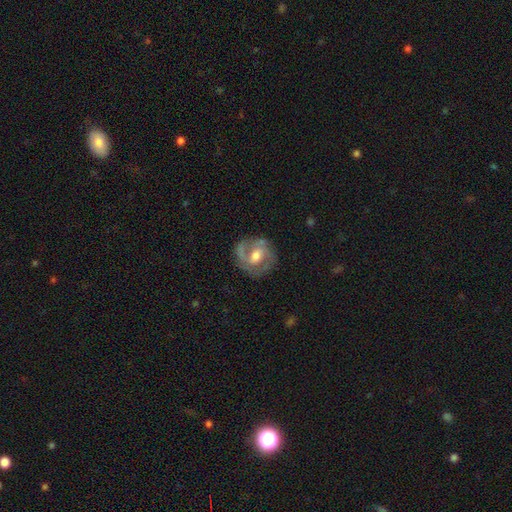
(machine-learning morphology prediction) Overall: featured or disk (78%). Edge-on disk: no (97%). Bar: weak (43%, tied with no). Spiral arms: yes (89%). Spiral arm count: 2 (59%). Spiral winding: medium (45%; tight 39%). Bulge size: moderate (71%). Merging: none (72%).